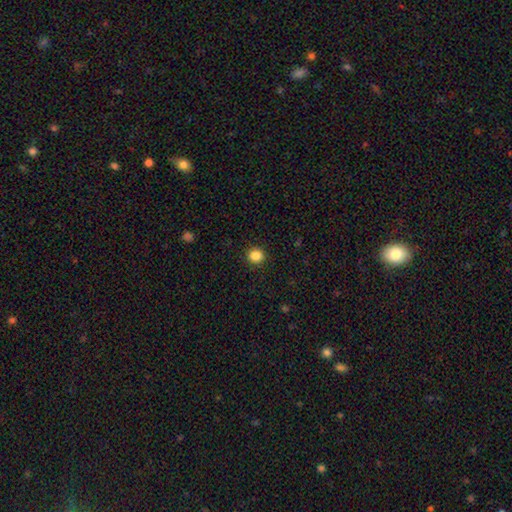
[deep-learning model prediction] A smooth galaxy with no disk features (86%) that is round (87%). Merging: none (92%).